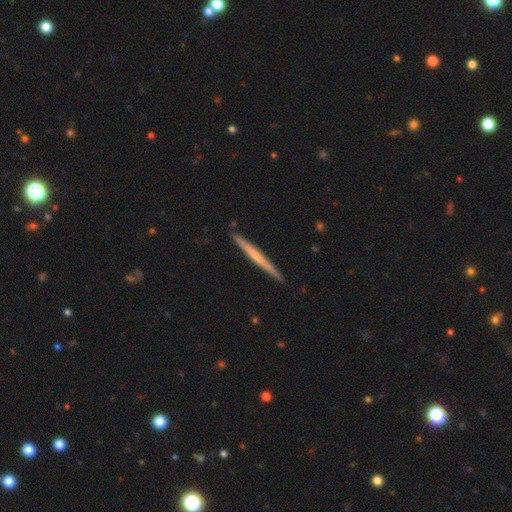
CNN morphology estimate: Overall: featured or disk (56%; smooth 39%). Edge-on disk: yes (98%). Edge-on bulge: none (66%; rounded 28%). Merging: none (92%).